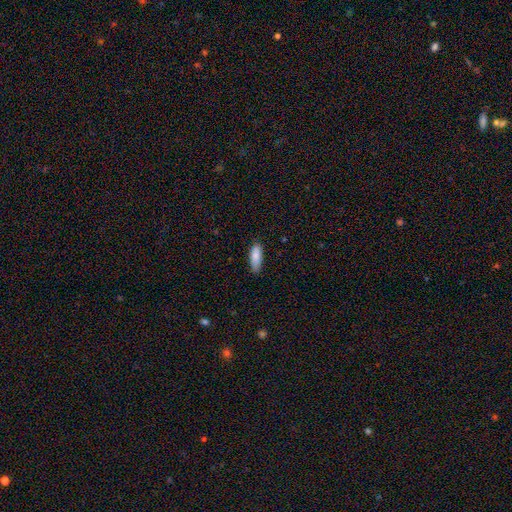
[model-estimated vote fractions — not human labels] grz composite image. It shows a smooth galaxy with no disk features (87%) that is in between round and cigar-shaped (62%). Merging: none (80%).